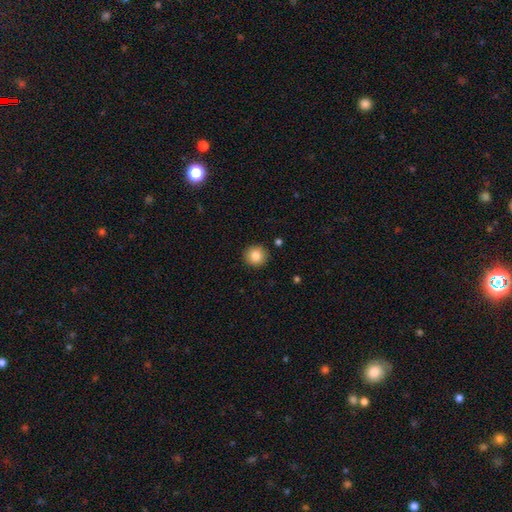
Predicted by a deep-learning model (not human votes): Smooth or featured? smooth (83%)
How rounded? round (92%)
Merging? none (91%)